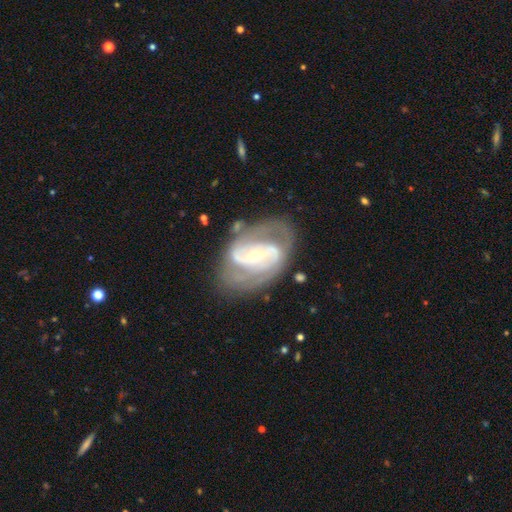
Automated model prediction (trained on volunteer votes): Smooth or featured? featured or disk (86%)
Edge-on disk? no (96%)
Bar? no (36%)
Spiral arms? yes (91%)
Spiral winding? medium (45%)
Spiral arm count? 2 (65%)
Bulge size? small (64%)
Merging? none (63%)